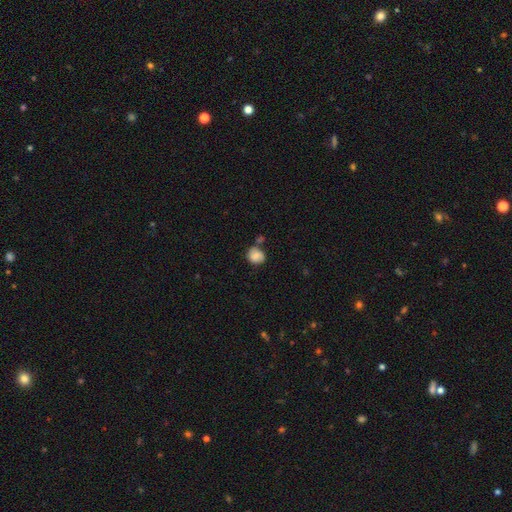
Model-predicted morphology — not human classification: Smooth or featured: smooth — 77% (featured or disk — 14%)
How rounded: round — 74% (in between — 25%)
Merging: none — 53% (minor disturbance — 23%)